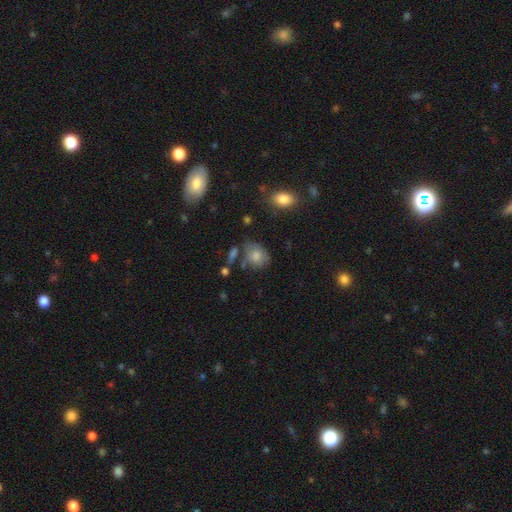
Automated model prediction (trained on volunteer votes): This is likely a smooth galaxy (78%). How rounded: possibly in between (58%). Merging: possibly none (57%).